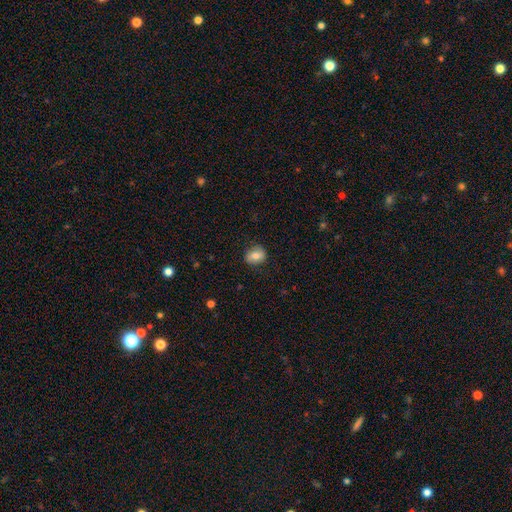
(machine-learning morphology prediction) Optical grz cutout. It shows a smooth galaxy with no disk features (74%) that is round (54%). Merging: none (81%).